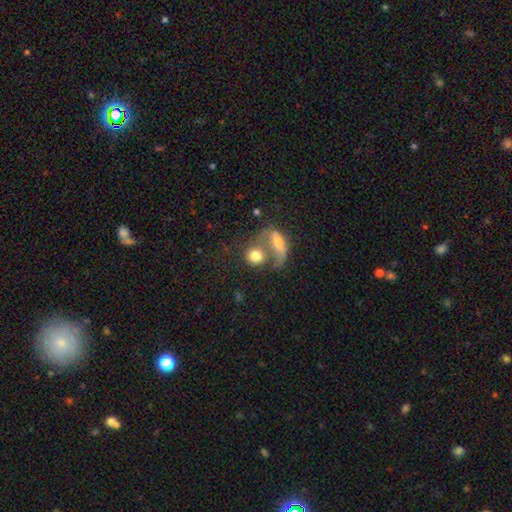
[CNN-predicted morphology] smooth 71%, featured or disk 20%, star or artifact 8%. Down the decision tree: how rounded — round (69%); merging — merger (58%).